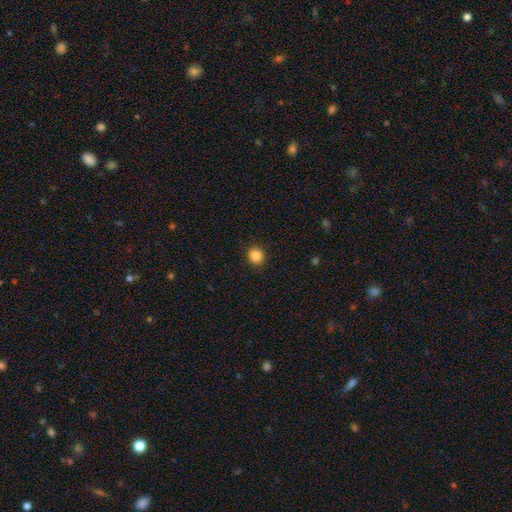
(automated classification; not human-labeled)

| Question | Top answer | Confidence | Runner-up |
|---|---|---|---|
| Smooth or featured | smooth | 86% | star or artifact (11%) |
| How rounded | round | 87% | in between (12%) |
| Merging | none | 89% | minor disturbance (7%) |